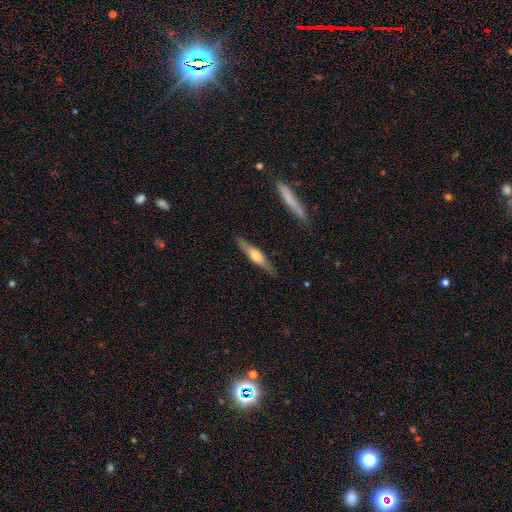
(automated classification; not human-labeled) Smooth or featured?
  - featured or disk: 57% *
  - smooth: 37%
  - star or artifact: 5%
Edge-on disk?
  - yes: 92% *
  - no: 8%
Edge-on bulge?
  - rounded: 84% *
  - boxy: 11%
  - none: 5%
Merging?
  - none: 87% *
  - minor disturbance: 9%
  - major disturbance: 2%
  - merger: 2%